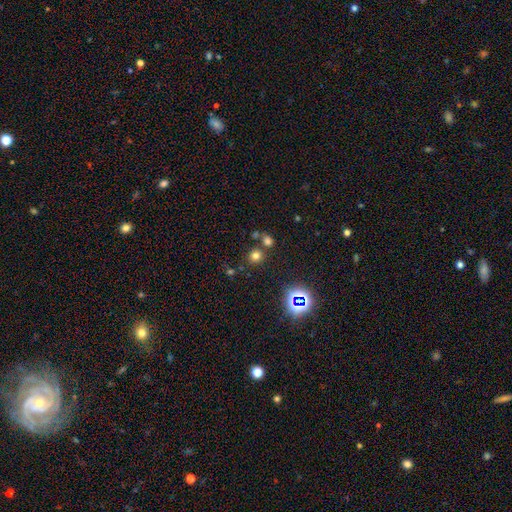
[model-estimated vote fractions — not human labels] Smooth or featured?
  - smooth: 68% *
  - star or artifact: 25%
  - featured or disk: 7%
How rounded?
  - round: 87% *
  - in between: 12%
  - cigar-shaped: 1%
Merging?
  - none: 72% *
  - merger: 17%
  - minor disturbance: 8%
  - major disturbance: 3%